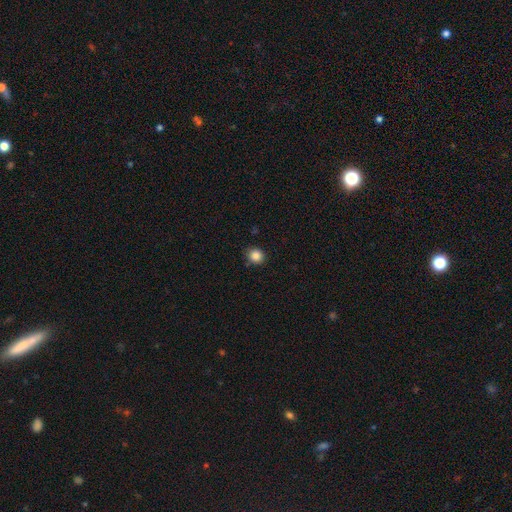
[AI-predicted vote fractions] Q: Smooth or featured?
A: smooth (85%); runner-up: star or artifact (11%)
Q: How rounded?
A: round (86%); runner-up: in between (13%)
Q: Merging?
A: none (87%); runner-up: minor disturbance (9%)